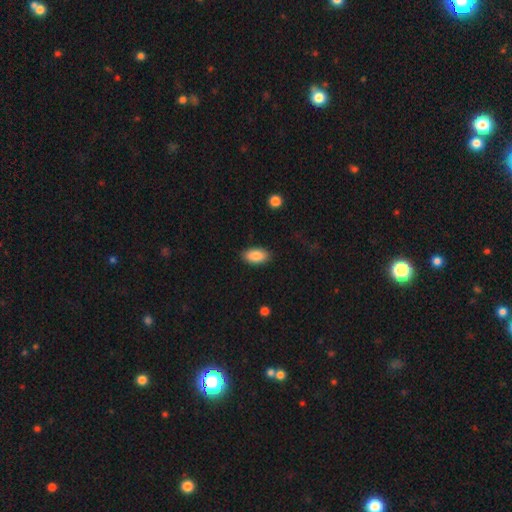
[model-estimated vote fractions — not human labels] A smooth galaxy with no disk features (88%) that is in between round and cigar-shaped (94%).

Vote fractions:
- Smooth or featured? smooth: 88% / star or artifact: 7% / featured or disk: 5%
- How rounded? in between: 94% / round: 4% / cigar-shaped: 2%
- Merging? none: 87% / minor disturbance: 9% / major disturbance: 2% / merger: 1%